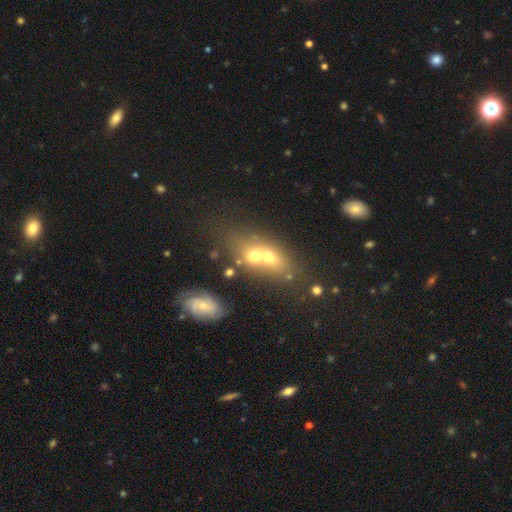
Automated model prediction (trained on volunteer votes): Overall: smooth (50%; featured or disk 28%). Merging: merger (55%; none 32%).